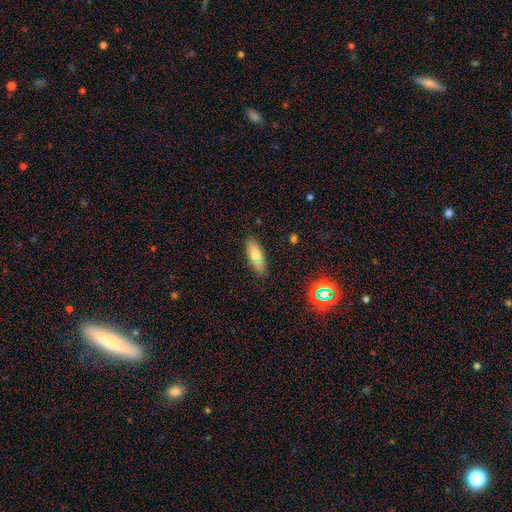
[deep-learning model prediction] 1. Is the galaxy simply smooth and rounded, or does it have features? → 72% smooth, 18% featured or disk, 10% star or artifact.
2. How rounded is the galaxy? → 71% in between, 26% cigar-shaped, 3% round.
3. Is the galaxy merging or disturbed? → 83% none, 12% minor disturbance, 3% merger, 3% major disturbance.